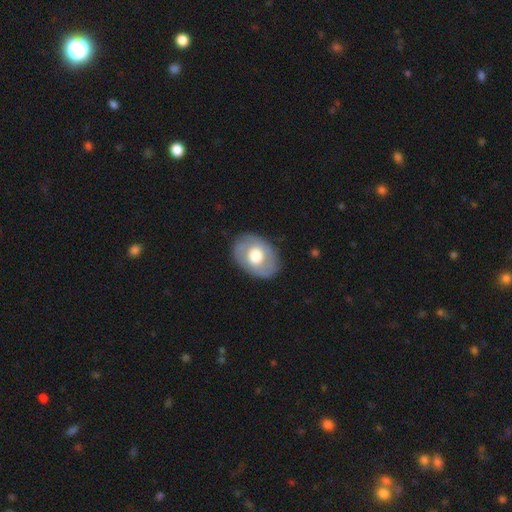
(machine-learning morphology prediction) Overall: featured or disk (50%; smooth 44%). Edge-on disk: no (94%). Merging: none (81%).